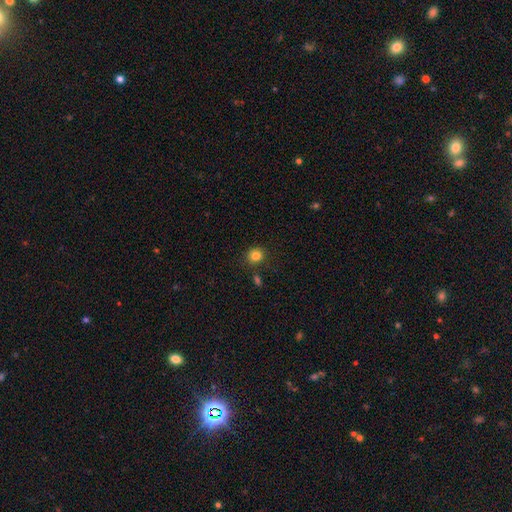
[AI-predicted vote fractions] smooth-or-featured: smooth: 83% | star or artifact: 12% | featured or disk: 5%
  how-rounded: round: 85% | in between: 14% | cigar-shaped: 1%
  merging: none: 84% | minor disturbance: 9% | merger: 4% | major disturbance: 3%